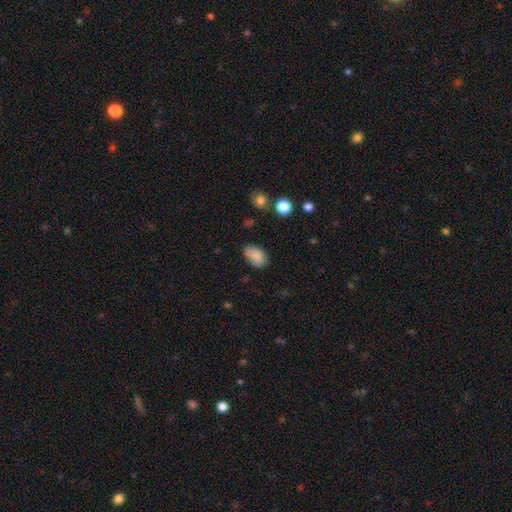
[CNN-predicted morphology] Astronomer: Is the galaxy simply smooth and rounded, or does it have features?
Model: smooth — 86%.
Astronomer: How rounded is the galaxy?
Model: in between — 89%.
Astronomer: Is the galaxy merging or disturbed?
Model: none — 71%.